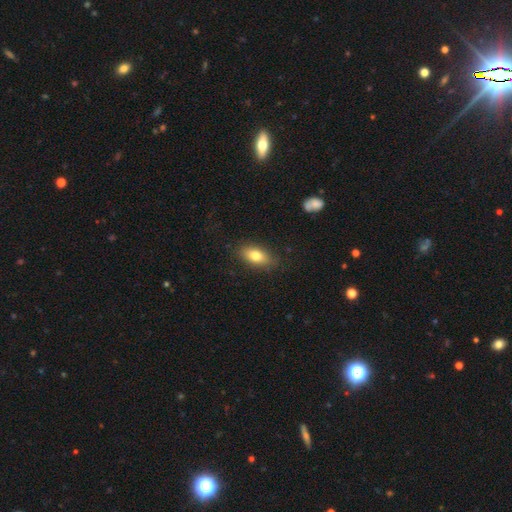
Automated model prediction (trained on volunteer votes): Smooth or featured: smooth — 78% (featured or disk — 14%)
How rounded: in between — 86% (cigar-shaped — 8%)
Merging: none — 84% (minor disturbance — 12%)